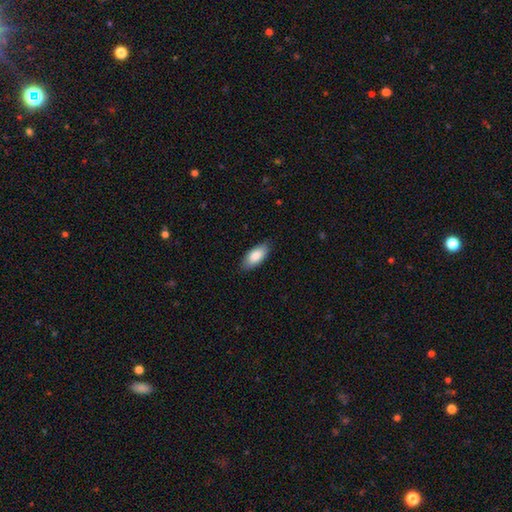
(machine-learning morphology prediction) Smooth or featured?
  - smooth: 86% *
  - featured or disk: 9%
  - star or artifact: 6%
How rounded?
  - in between: 90% *
  - cigar-shaped: 9%
  - round: 2%
Merging?
  - none: 85% *
  - minor disturbance: 12%
  - major disturbance: 2%
  - merger: 1%